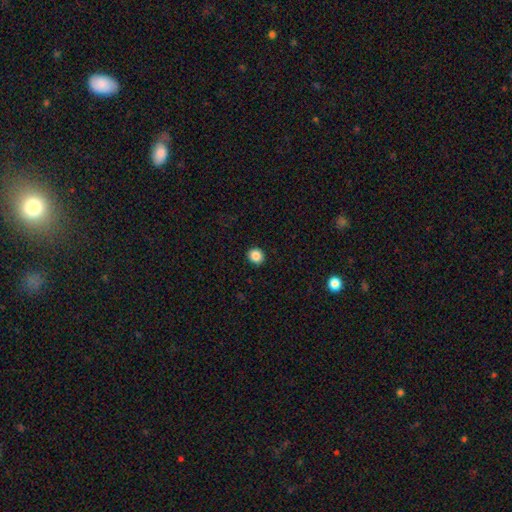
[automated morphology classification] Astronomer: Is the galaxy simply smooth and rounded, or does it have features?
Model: smooth — 87%.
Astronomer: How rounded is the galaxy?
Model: round — 87%.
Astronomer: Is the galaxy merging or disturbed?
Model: none — 93%.